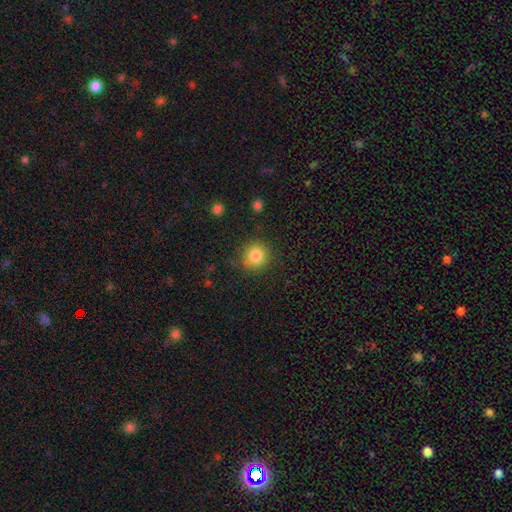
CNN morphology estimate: The model was most divided on "smooth or featured": smooth: 83%, star or artifact: 10%, featured or disk: 6%. More confident: how rounded — round (91%); merging — none (85%).